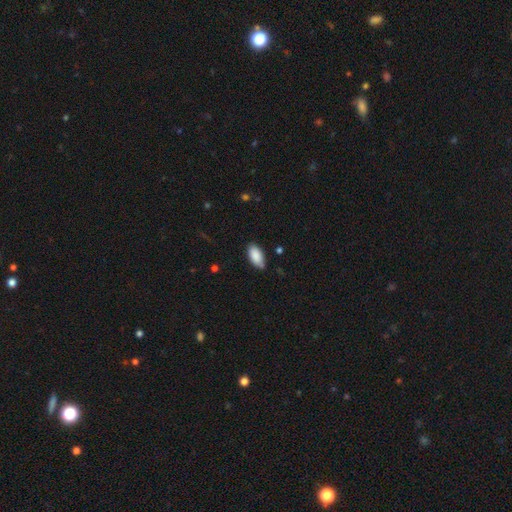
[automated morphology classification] This appears to be a smooth galaxy with no disk features (88%) that is in between round and cigar-shaped (93%). Merging: none (79%).